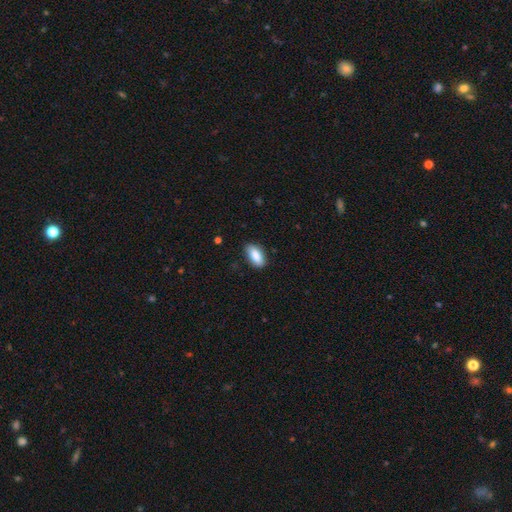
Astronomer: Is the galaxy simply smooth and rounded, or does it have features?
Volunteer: smooth — 92%.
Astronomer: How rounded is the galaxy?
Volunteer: in between — 86%.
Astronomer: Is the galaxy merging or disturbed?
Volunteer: none — 95%.